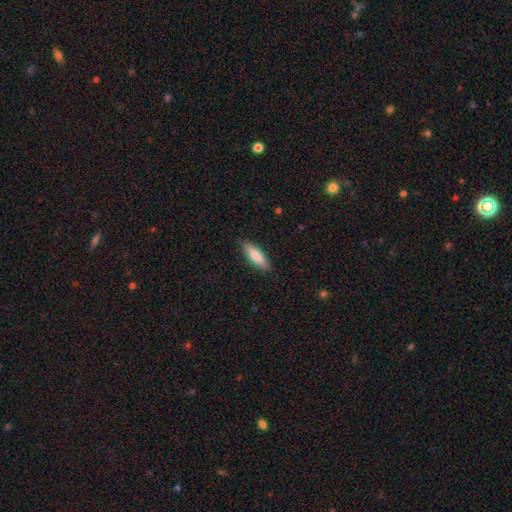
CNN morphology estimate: Q: Smooth or featured?
A: smooth (81%); runner-up: featured or disk (14%)
Q: How rounded?
A: cigar-shaped (53%); runner-up: in between (46%)
Q: Merging?
A: none (88%); runner-up: minor disturbance (9%)